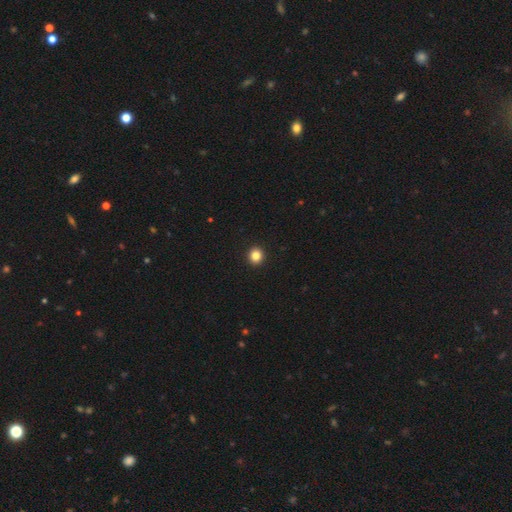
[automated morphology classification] Smooth or featured: smooth — 84% (star or artifact — 11%)
How rounded: round — 90% (in between — 9%)
Merging: none — 94% (minor disturbance — 4%)